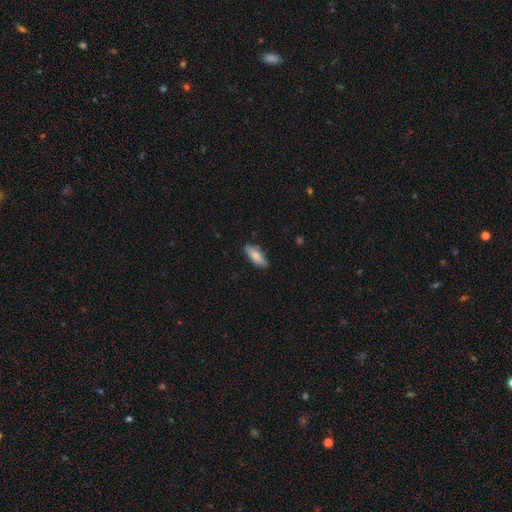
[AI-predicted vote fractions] Q: Smooth or featured?
A: smooth (81%); runner-up: featured or disk (13%)
Q: How rounded?
A: in between (67%); runner-up: cigar-shaped (31%)
Q: Merging?
A: none (85%); runner-up: minor disturbance (12%)